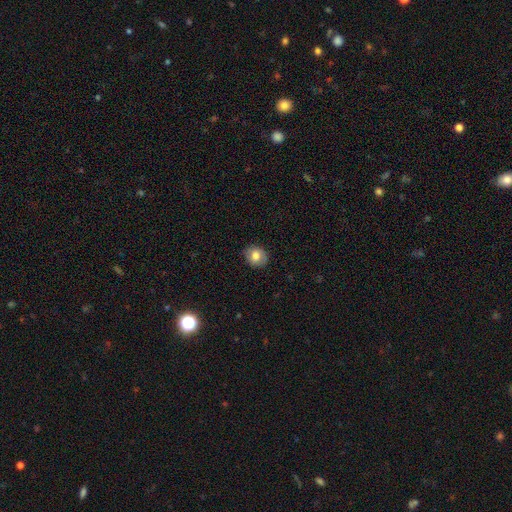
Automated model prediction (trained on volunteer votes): A smooth galaxy with no disk features (77%) that is round (63%). Merging: none (84%).